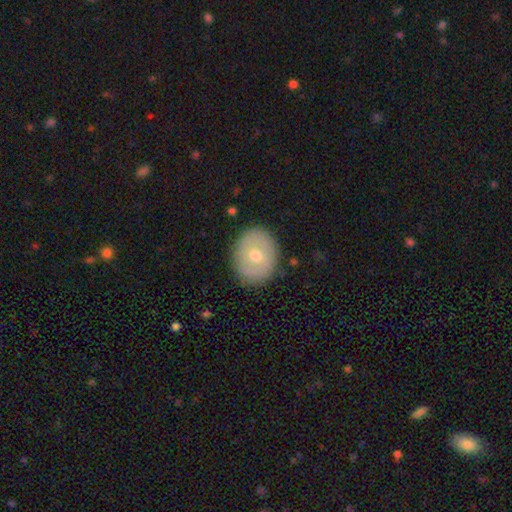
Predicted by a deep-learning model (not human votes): smooth 56%, featured or disk 37%, star or artifact 7%. Down the decision tree: how rounded — round (57%); merging — none (85%).